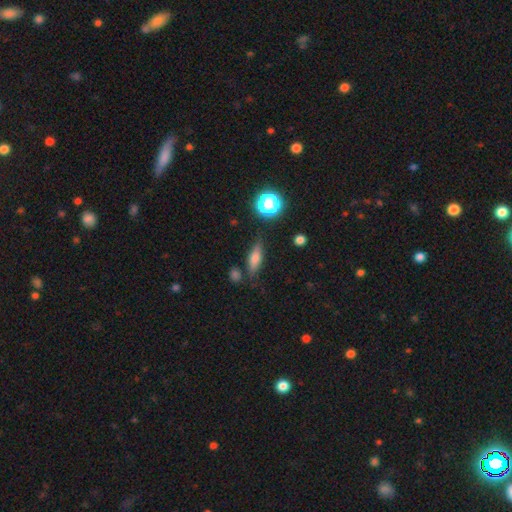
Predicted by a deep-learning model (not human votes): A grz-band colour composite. It shows a smooth galaxy with no disk features (51%) that is in between round and cigar-shaped (46%). Merging: none (77%).